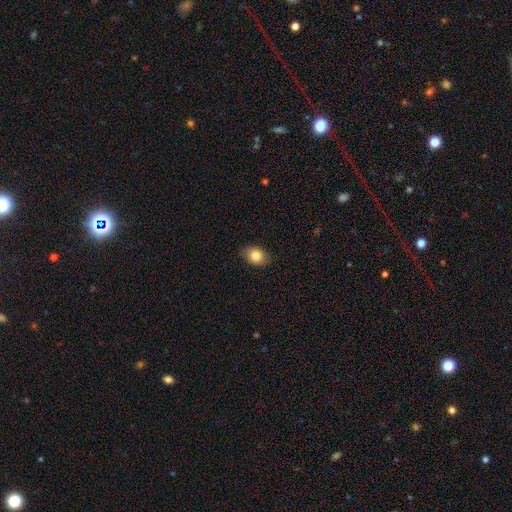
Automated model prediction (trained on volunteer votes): smooth-or-featured: smooth: 84% | star or artifact: 8% | featured or disk: 8%
  how-rounded: in between: 73% | round: 26% | cigar-shaped: 1%
  merging: none: 85% | minor disturbance: 12% | major disturbance: 2% | merger: 1%